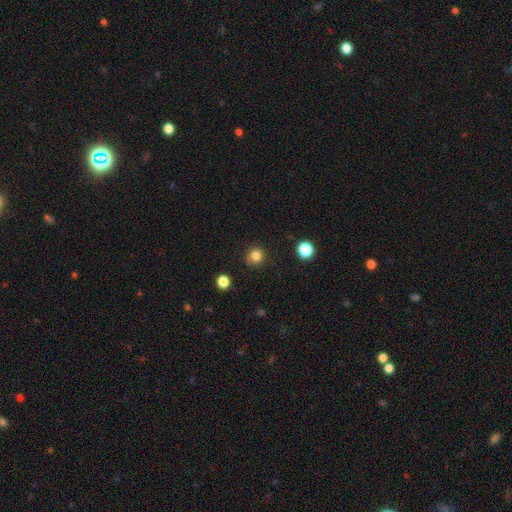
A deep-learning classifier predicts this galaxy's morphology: Smooth or featured?
  - smooth: 83% *
  - star or artifact: 13%
  - featured or disk: 4%
How rounded?
  - round: 91% *
  - in between: 8%
  - cigar-shaped: 1%
Merging?
  - none: 87% *
  - minor disturbance: 9%
  - major disturbance: 3%
  - merger: 1%